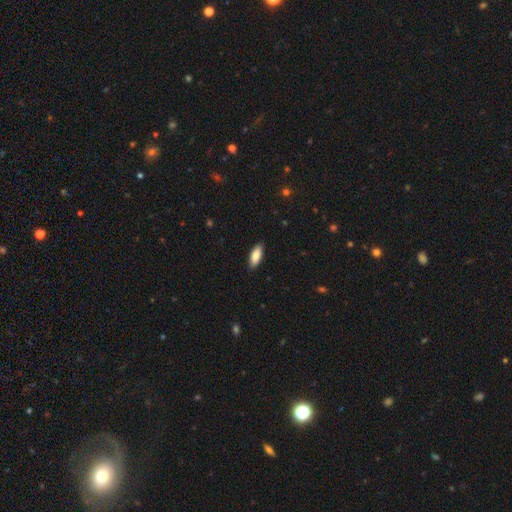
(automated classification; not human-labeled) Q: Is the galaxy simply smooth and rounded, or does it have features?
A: smooth — 86%.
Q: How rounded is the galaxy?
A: in between — 76%.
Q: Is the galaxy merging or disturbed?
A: none — 88%.